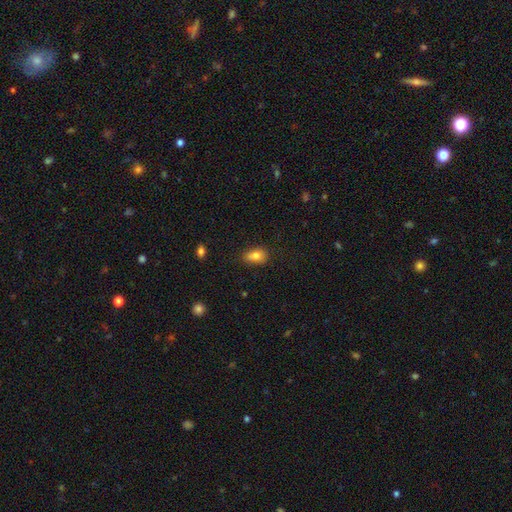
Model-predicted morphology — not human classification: The model was most divided on "merging": none: 64%, minor disturbance: 26%, major disturbance: 6%, merger: 5%. More confident: smooth or featured — smooth (80%); how rounded — in between (77%).